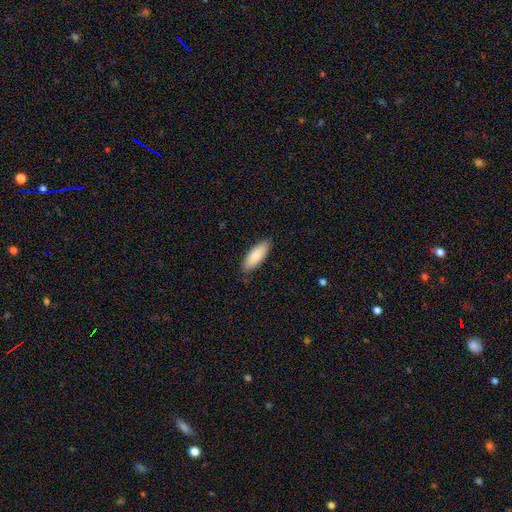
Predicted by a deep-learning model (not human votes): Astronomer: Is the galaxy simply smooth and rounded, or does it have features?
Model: smooth — 85%.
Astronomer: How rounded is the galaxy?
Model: in between — 67%.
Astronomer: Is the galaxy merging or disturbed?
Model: none — 85%.